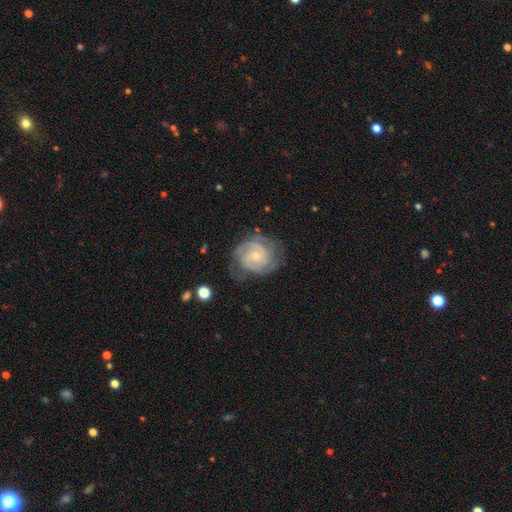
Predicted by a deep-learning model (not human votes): Smooth or featured? Predicted: featured or disk (p=0.80). Edge-on disk? Predicted: no (p=0.98). Bar? Predicted: no (p=0.69). Spiral arms? Predicted: yes (p=0.94). Spiral winding? Predicted: tight (p=0.61). Spiral arm count? Predicted: 2 (p=0.41). Bulge size? Predicted: small (p=0.72). Merging? Predicted: none (p=0.65).